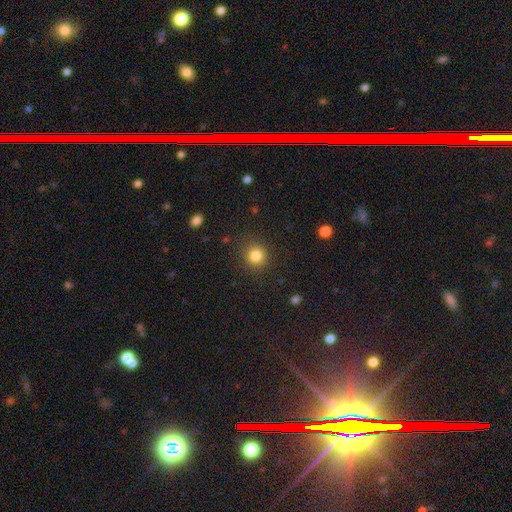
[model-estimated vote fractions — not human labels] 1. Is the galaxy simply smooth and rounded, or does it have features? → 83% smooth, 12% star or artifact, 5% featured or disk.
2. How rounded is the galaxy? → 90% round, 9% in between, 1% cigar-shaped.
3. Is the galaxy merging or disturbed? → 88% none, 8% minor disturbance, 3% major disturbance, 1% merger.